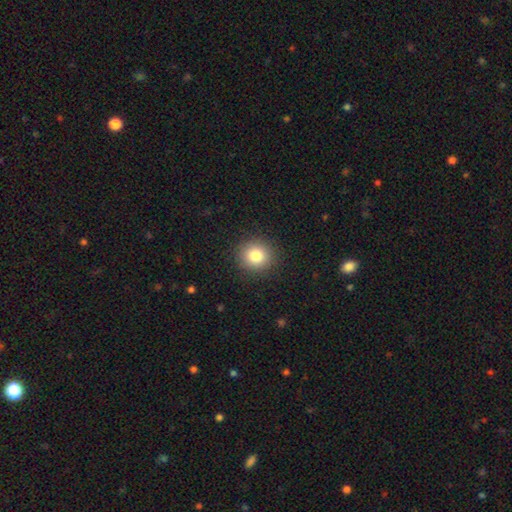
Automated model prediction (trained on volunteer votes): Overall: smooth (82%). How rounded: round (90%). Merging: none (91%).